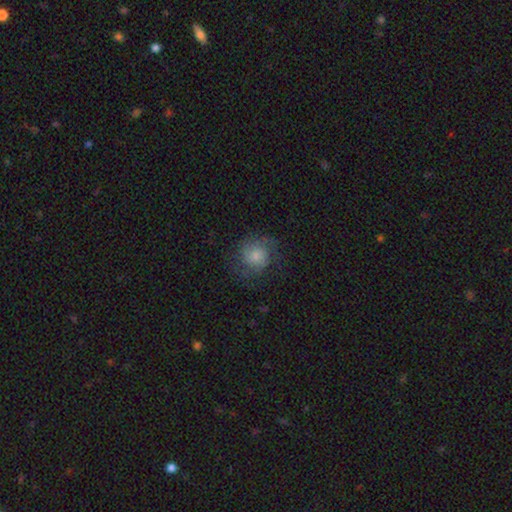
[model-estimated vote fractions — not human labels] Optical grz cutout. It shows a smooth galaxy with no disk features (46%). Merging: none (70%).